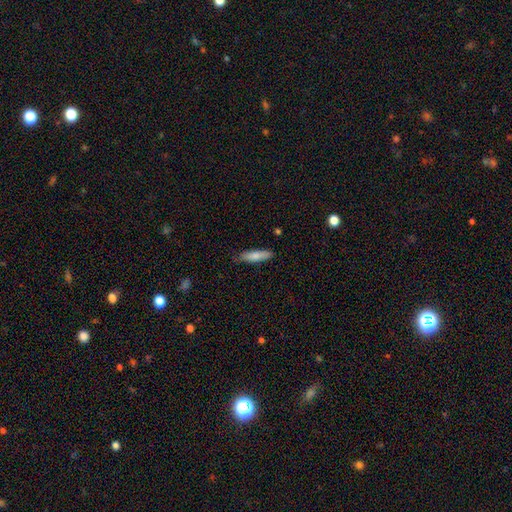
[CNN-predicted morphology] This is likely a smooth galaxy (77%). How rounded: likely cigar-shaped (73%). Merging: clearly none (83%).